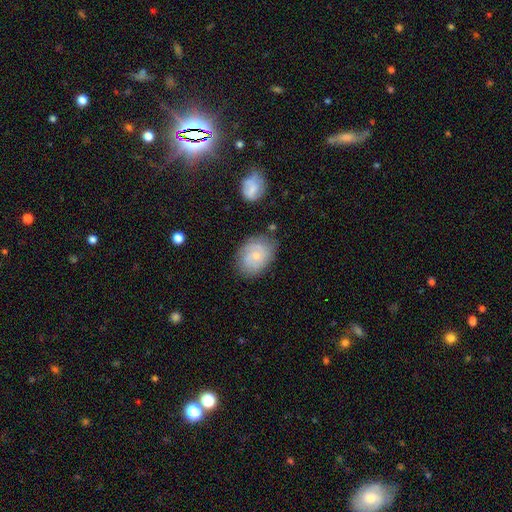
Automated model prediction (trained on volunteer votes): A featured or disk galaxy (53%) with no bar (76%), spiral arms (80%) and a small central bulge (70%). Merging: none (70%).